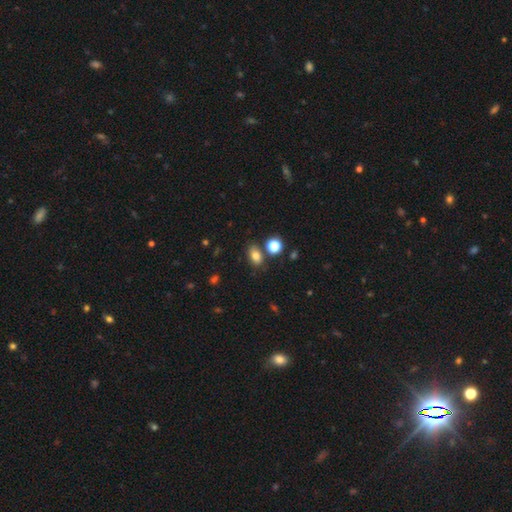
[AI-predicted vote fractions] smooth_or_featured: smooth (p=0.78) [alt: star or artifact p=0.13]
how_rounded: in between (p=0.79) [alt: round p=0.19]
merging: none (p=0.75) [alt: minor disturbance p=0.12]